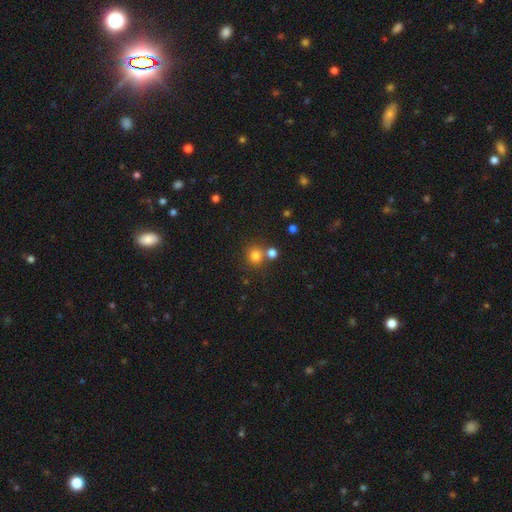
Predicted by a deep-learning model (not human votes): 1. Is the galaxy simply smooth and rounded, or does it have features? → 78% smooth, 15% star or artifact, 7% featured or disk.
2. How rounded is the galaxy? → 91% round, 8% in between, 1% cigar-shaped.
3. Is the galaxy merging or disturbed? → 66% none, 23% merger, 8% minor disturbance, 3% major disturbance.